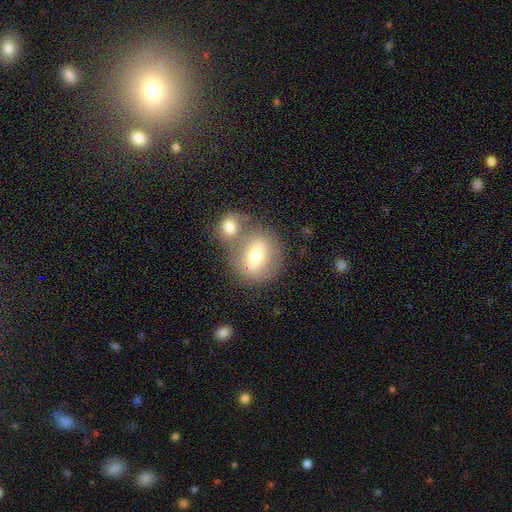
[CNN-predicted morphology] type=smooth (66%); roundness=round (61%); merging=merger (45%).